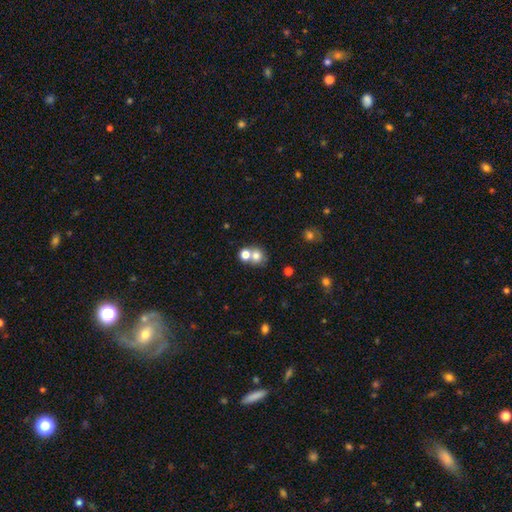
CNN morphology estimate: smooth 74%, featured or disk 13%, star or artifact 13%. Down the decision tree: how rounded — round (78%); merging — merger (47%).